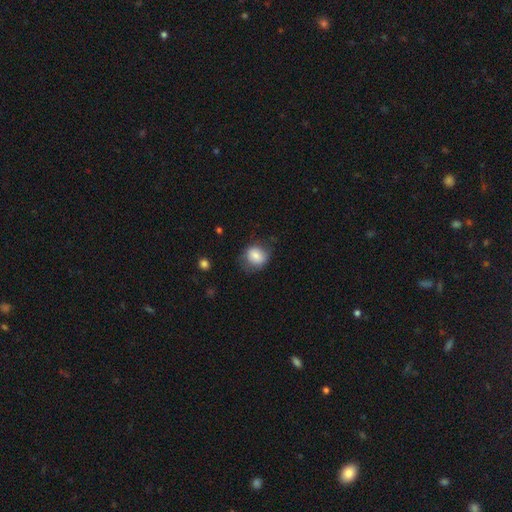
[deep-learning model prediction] smooth_or_featured: smooth (p=0.79) [alt: featured or disk p=0.13]
how_rounded: round (p=0.65) [alt: in between p=0.34]
merging: none (p=0.64) [alt: minor disturbance p=0.24]